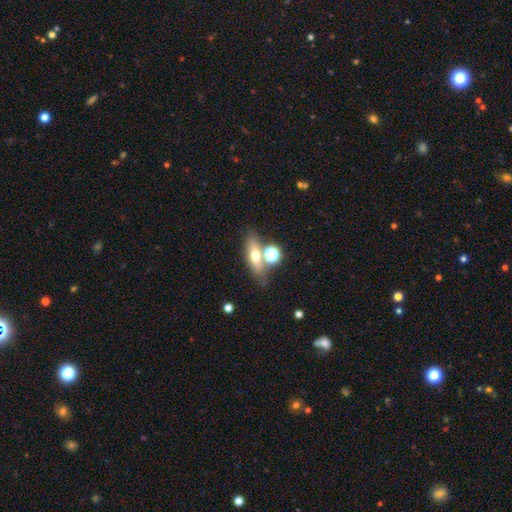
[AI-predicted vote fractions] Overall: smooth (59%; featured or disk 30%). How rounded: in between (53%; cigar-shaped 32%). Merging: none (60%; merger 22%).